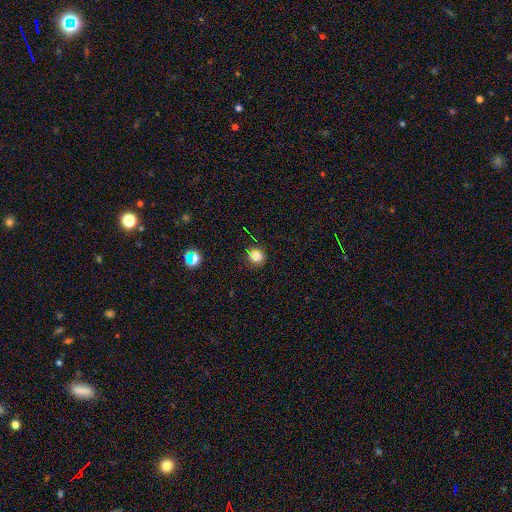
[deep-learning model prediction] This is likely a smooth galaxy (73%). How rounded: likely round (75%). Merging: clearly none (83%).